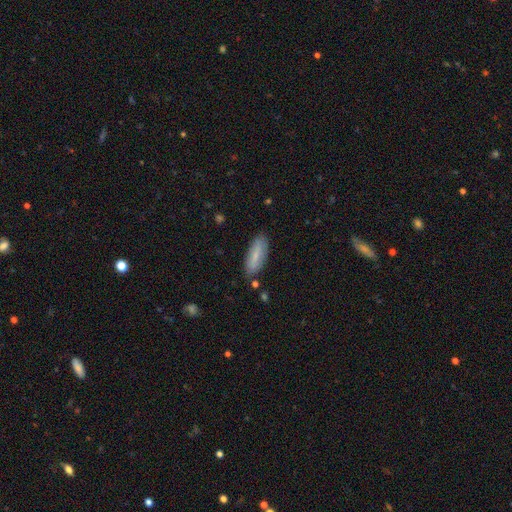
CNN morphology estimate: smooth 74%, featured or disk 20%, star or artifact 6%. Down the decision tree: how rounded — in between (59%); merging — none (84%).